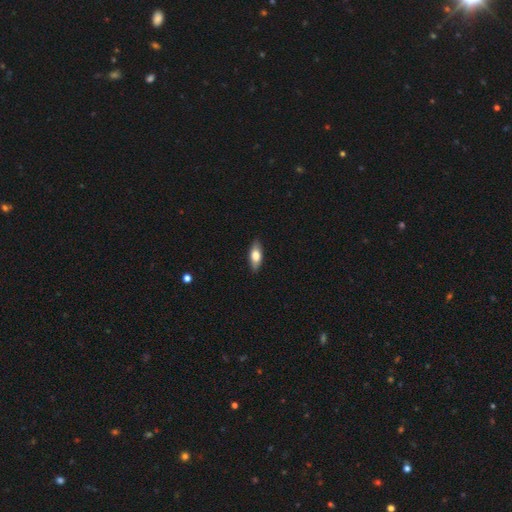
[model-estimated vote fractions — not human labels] Q: Smooth or featured?
A: smooth (69%); runner-up: featured or disk (25%)
Q: How rounded?
A: in between (76%); runner-up: cigar-shaped (21%)
Q: Merging?
A: none (87%); runner-up: minor disturbance (10%)